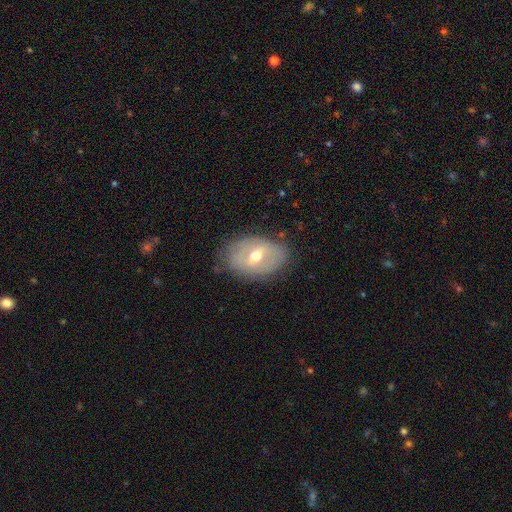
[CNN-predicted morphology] A featured or disk galaxy (54%). Merging: none (75%).